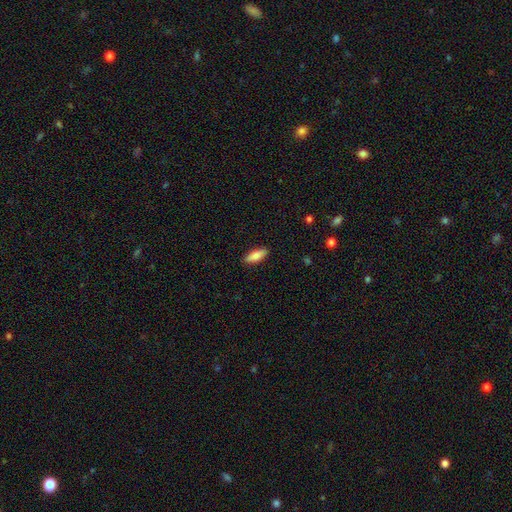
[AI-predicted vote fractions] Smooth or featured? Predicted: smooth (p=0.80). How rounded? Predicted: in between (p=0.63). Merging? Predicted: none (p=0.89).